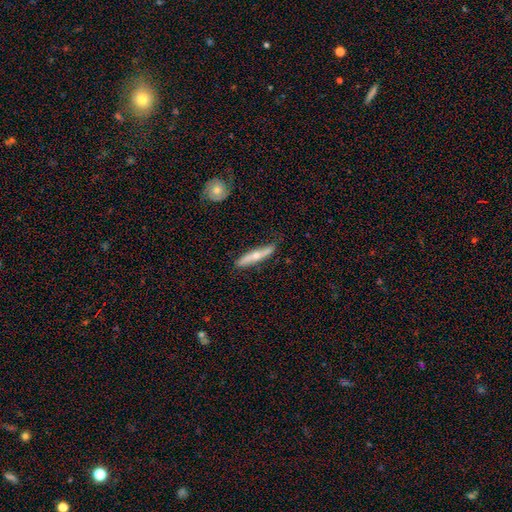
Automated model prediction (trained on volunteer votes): Smooth or featured?
  - featured or disk: 49% *
  - smooth: 45%
  - star or artifact: 5%
Merging?
  - none: 79% *
  - minor disturbance: 17%
  - major disturbance: 3%
  - merger: 2%